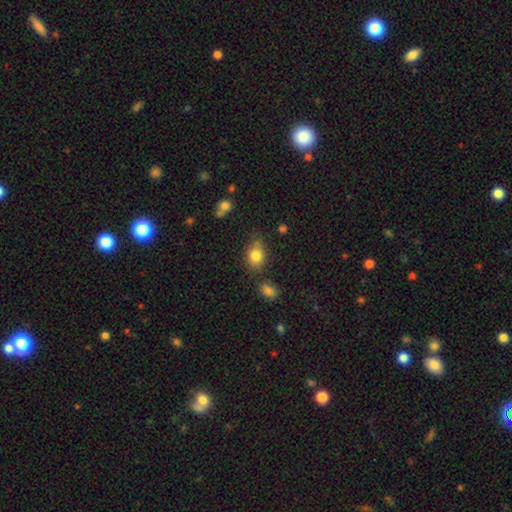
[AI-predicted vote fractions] This appears to be a smooth galaxy with no disk features (82%) that is in between round and cigar-shaped (64%). Merging: none (65%).